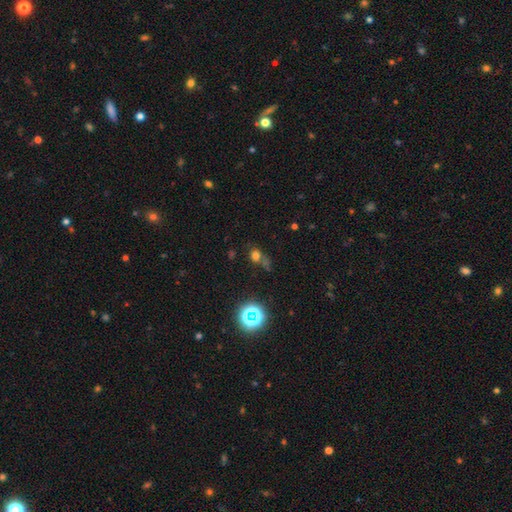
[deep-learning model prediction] Morphology: type=smooth (61%); roundness=round (74%); merging=none (53%).